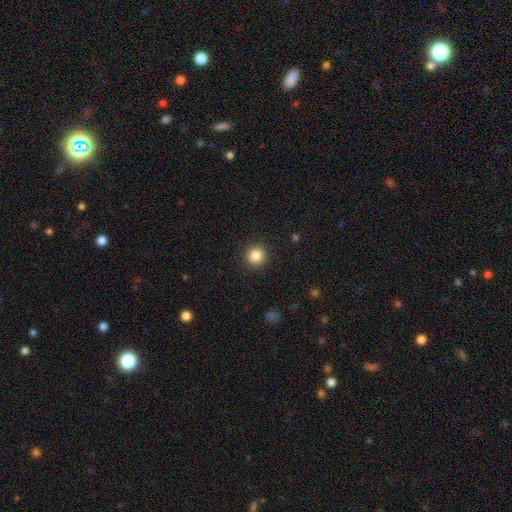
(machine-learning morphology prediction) smooth_or_featured: smooth (p=0.85) [alt: star or artifact p=0.11]
how_rounded: round (p=0.95) [alt: in between p=0.05]
merging: none (p=0.91) [alt: minor disturbance p=0.05]